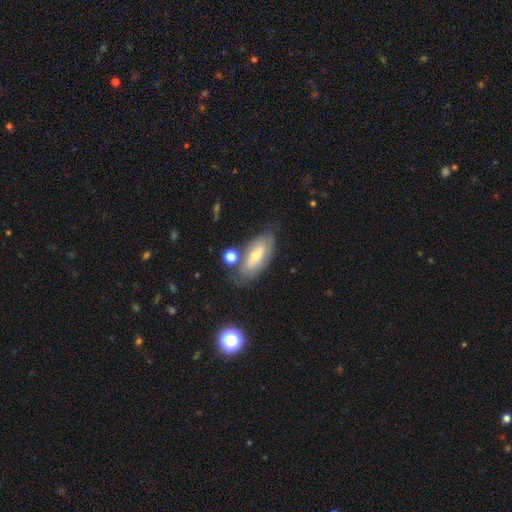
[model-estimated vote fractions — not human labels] smooth_or_featured: smooth (p=0.50) [alt: featured or disk p=0.42]
how_rounded: in between (p=0.83) [alt: cigar-shaped p=0.14]
merging: none (p=0.67) [alt: minor disturbance p=0.19]